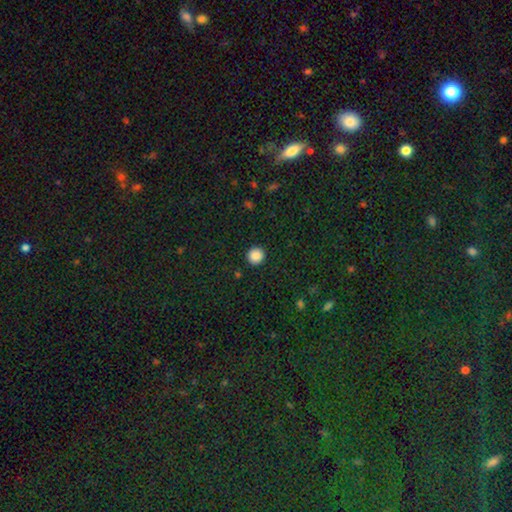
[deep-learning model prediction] The model was most divided on "smooth or featured": smooth: 87%, star or artifact: 10%, featured or disk: 3%. More confident: how rounded — round (95%); merging — none (93%).